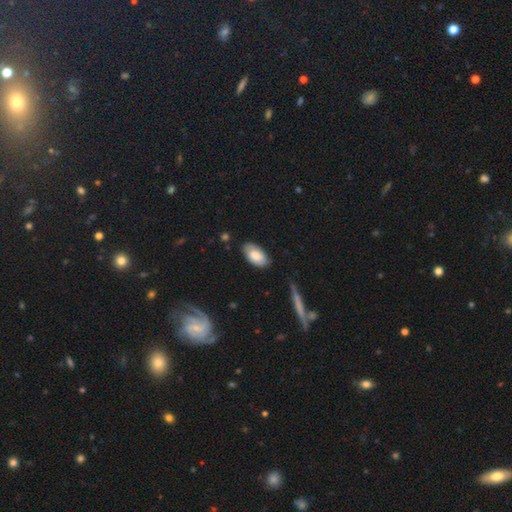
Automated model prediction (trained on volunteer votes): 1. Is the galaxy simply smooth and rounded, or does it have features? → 75% smooth, 19% featured or disk, 6% star or artifact.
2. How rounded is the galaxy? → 95% in between, 3% round, 2% cigar-shaped.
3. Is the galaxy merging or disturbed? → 79% none, 16% minor disturbance, 3% major disturbance, 2% merger.